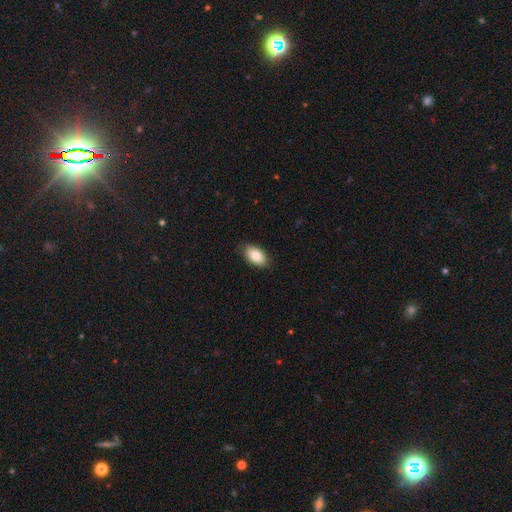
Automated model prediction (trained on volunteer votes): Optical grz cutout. It shows a smooth galaxy with no disk features (83%) that is in between round and cigar-shaped (93%). Merging: none (86%).